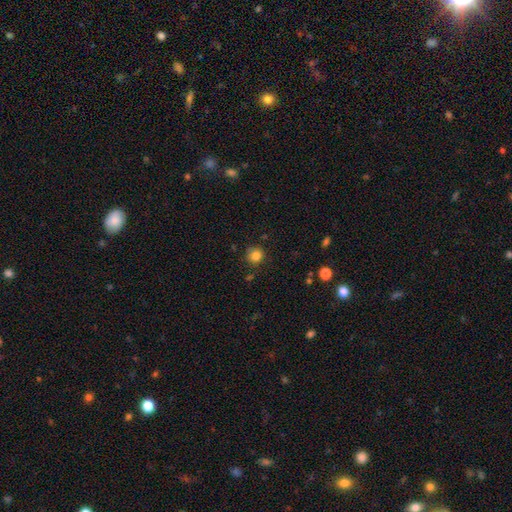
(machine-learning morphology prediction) This is clearly a smooth galaxy (83%). How rounded: clearly round (92%). Merging: clearly none (83%).